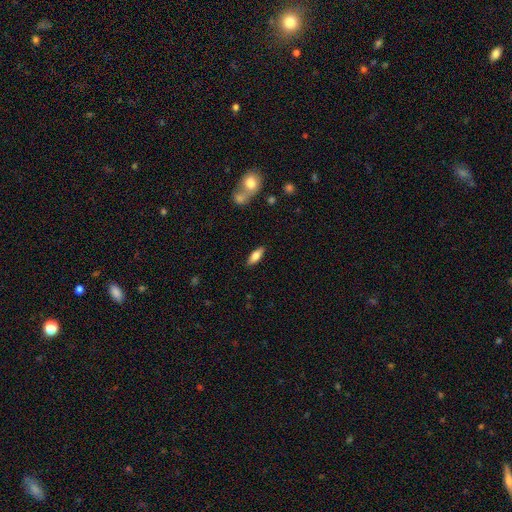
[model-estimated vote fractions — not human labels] Smooth or featured? smooth (74%)
How rounded? in between (70%)
Merging? none (86%)